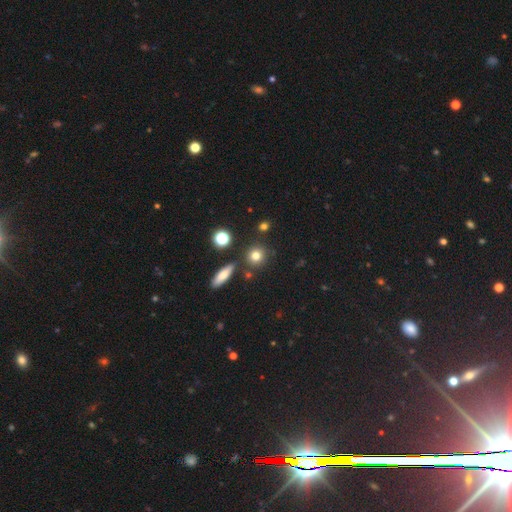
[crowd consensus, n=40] A smooth galaxy with no disk features (75%) that is round (77%). Merging: none (80%).